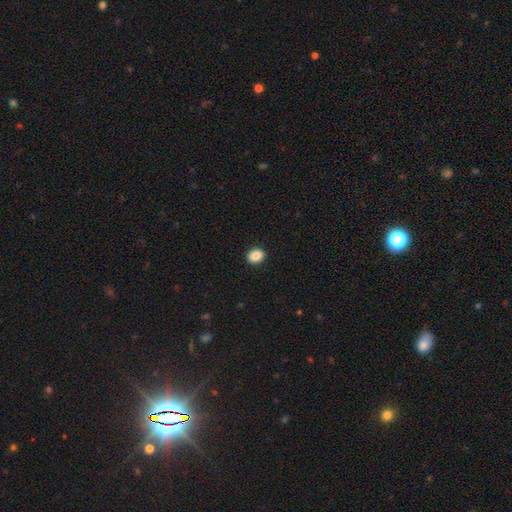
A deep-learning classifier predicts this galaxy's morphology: Smooth or featured? Predicted: smooth (p=0.89). How rounded? Predicted: in between (p=0.53). Merging? Predicted: none (p=0.92).